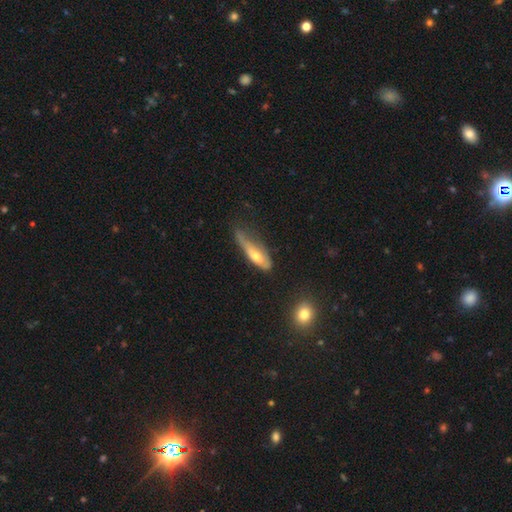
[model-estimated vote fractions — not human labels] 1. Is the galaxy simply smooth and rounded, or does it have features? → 48% featured or disk, 43% smooth, 8% star or artifact.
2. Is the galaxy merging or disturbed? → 35% minor disturbance, 34% none, 27% major disturbance, 4% merger.